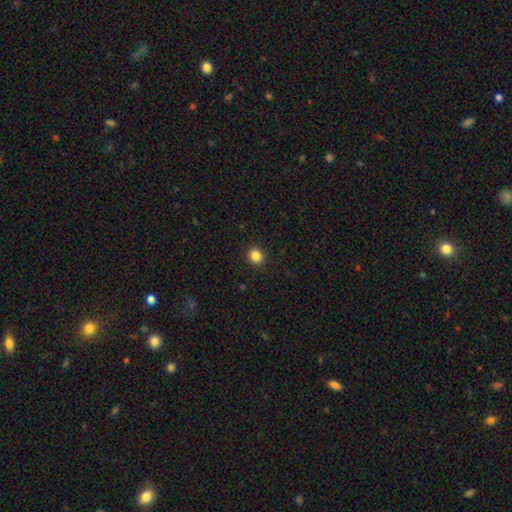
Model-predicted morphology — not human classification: smooth 85%, star or artifact 11%, featured or disk 4%. Down the decision tree: how rounded — round (88%); merging — none (92%).